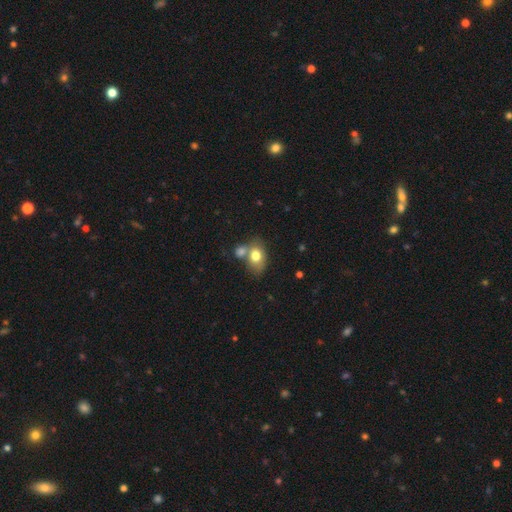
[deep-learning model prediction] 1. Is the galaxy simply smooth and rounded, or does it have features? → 75% smooth, 16% featured or disk, 9% star or artifact.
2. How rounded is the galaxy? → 72% in between, 27% round, 1% cigar-shaped.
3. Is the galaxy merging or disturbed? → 42% merger, 39% none, 13% minor disturbance, 6% major disturbance.